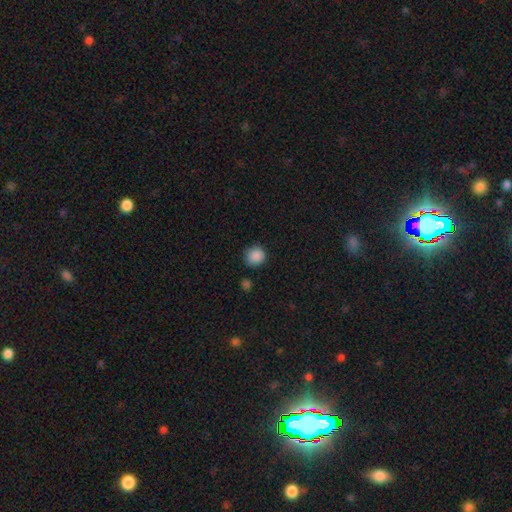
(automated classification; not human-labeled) A smooth galaxy with no disk features (88%) that is round (89%).

Vote fractions:
- Smooth or featured? smooth: 88% / star or artifact: 9% / featured or disk: 3%
- How rounded? round: 89% / in between: 10% / cigar-shaped: 1%
- Merging? none: 84% / minor disturbance: 11% / merger: 3% / major disturbance: 3%